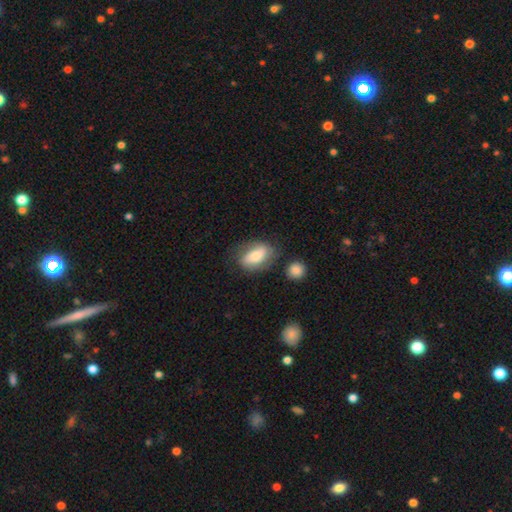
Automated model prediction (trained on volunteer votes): The model was most divided on "smooth or featured": smooth: 63%, featured or disk: 30%, star or artifact: 7%. More confident: how rounded — in between (87%); merging — none (64%).